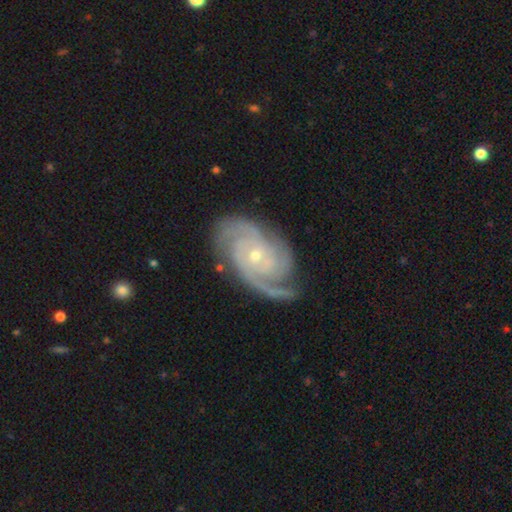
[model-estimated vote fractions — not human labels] This is clearly a featured or disk galaxy (92%). It is clearly not viewed edge-on (97%). Bar: likely no (71%). Spiral arm pattern: clearly yes (98%). Spiral arm count: marginally 3 (42%). Spiral winding: likely tight (65%). Central bulge: likely small (67%). Merging: likely none (76%).